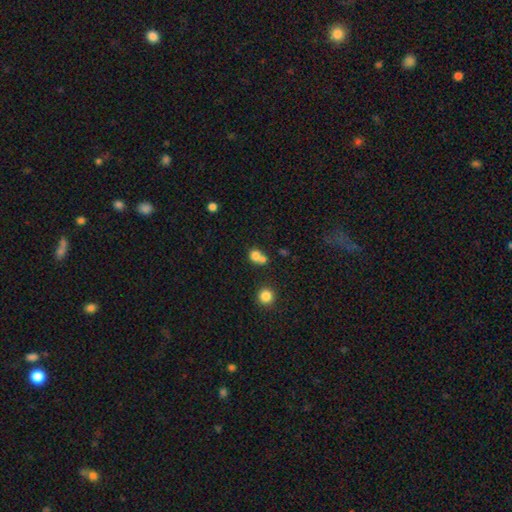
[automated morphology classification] Overall: smooth (76%). How rounded: round (77%). Merging: merger (51%; none 38%).